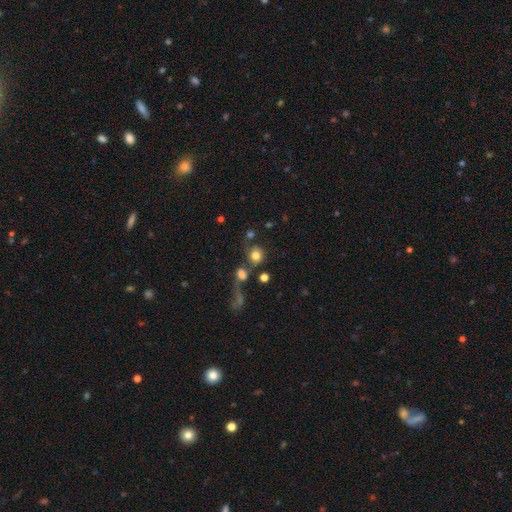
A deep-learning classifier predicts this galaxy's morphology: smooth 77%, star or artifact 12%, featured or disk 11%. Down the decision tree: how rounded — round (81%); merging — none (47%).